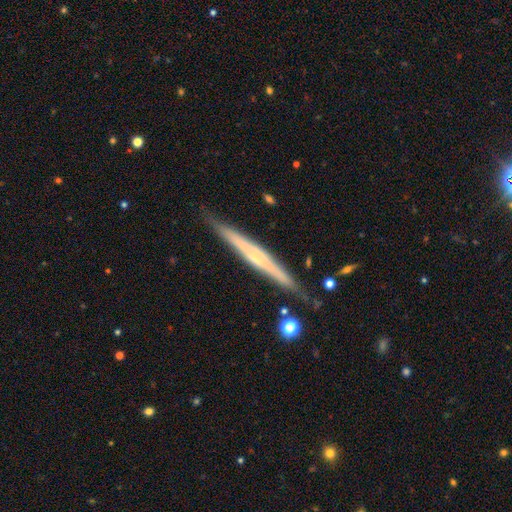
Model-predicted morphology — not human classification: type=featured or disk (67%); edge-on=yes (96%); edge-on bulge=none (50%); merging=none (85%).